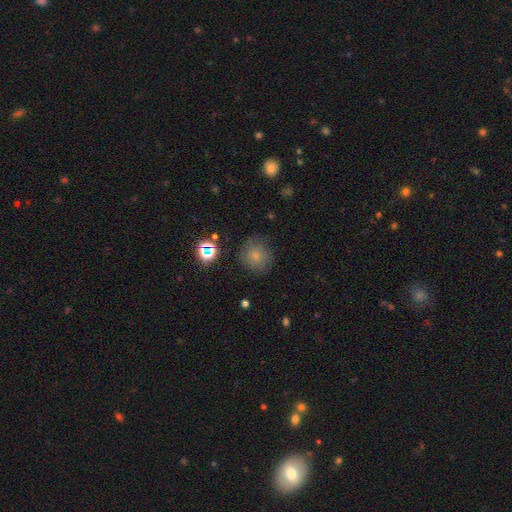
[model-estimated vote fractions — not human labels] Smooth or featured? Predicted: smooth (p=0.67). How rounded? Predicted: round (p=0.91). Merging? Predicted: none (p=0.74).